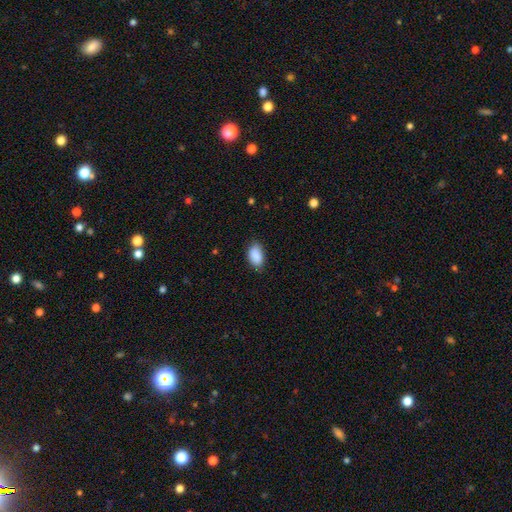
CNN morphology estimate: smooth_or_featured: smooth (p=0.90) [alt: star or artifact p=0.07]
how_rounded: in between (p=0.92) [alt: round p=0.06]
merging: none (p=0.77) [alt: minor disturbance p=0.19]